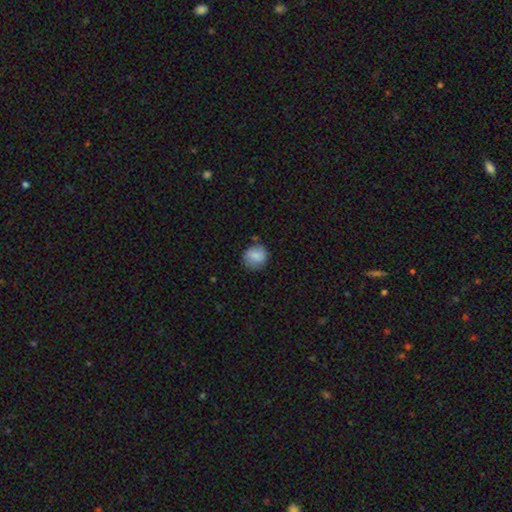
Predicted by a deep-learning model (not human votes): Morphology: type=smooth (83%); roundness=round (81%); merging=none (76%).